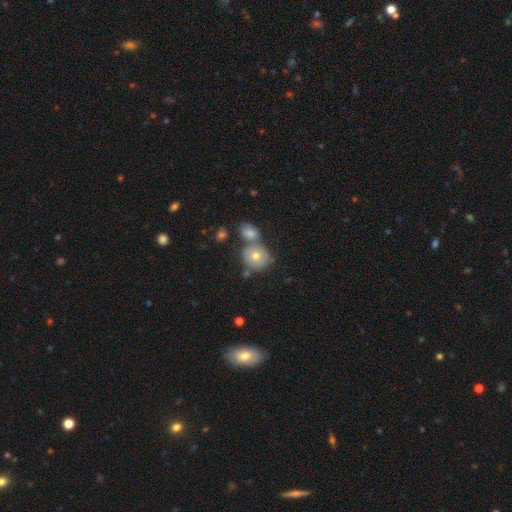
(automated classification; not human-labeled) Morphology: type=smooth (50%); merging=none (59%).